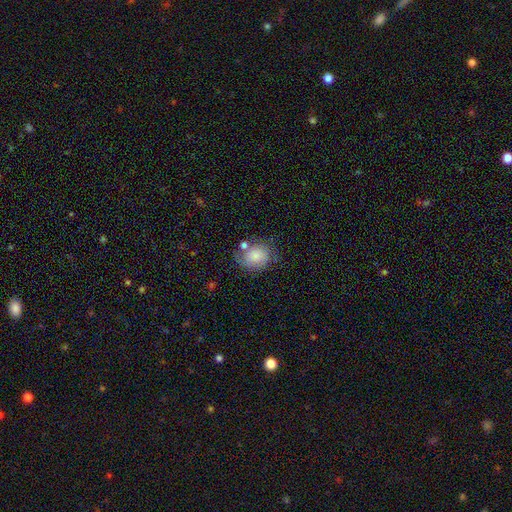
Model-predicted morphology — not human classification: This is likely a smooth galaxy (72%). How rounded: possibly round (57%). Merging: possibly none (52%).